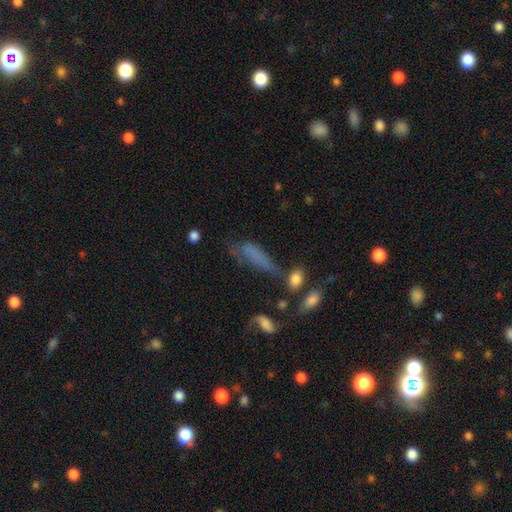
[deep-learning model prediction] Overall: smooth (61%; featured or disk 24%). How rounded: cigar-shaped (52%; in between 43%). Merging: none (37%; major disturbance 27%).